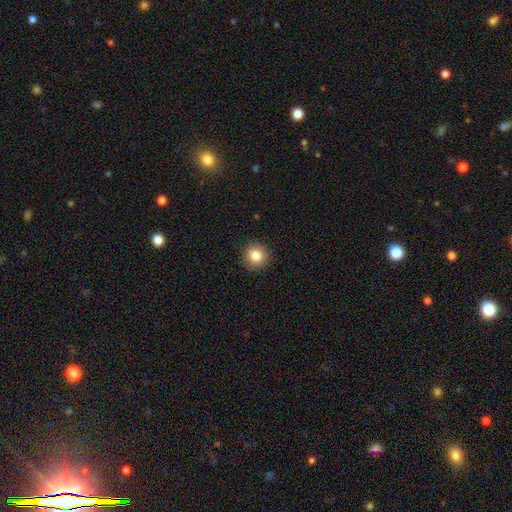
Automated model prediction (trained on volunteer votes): smooth_or_featured: smooth (p=0.84) [alt: star or artifact p=0.10]
how_rounded: round (p=0.92) [alt: in between p=0.07]
merging: none (p=0.91) [alt: minor disturbance p=0.06]